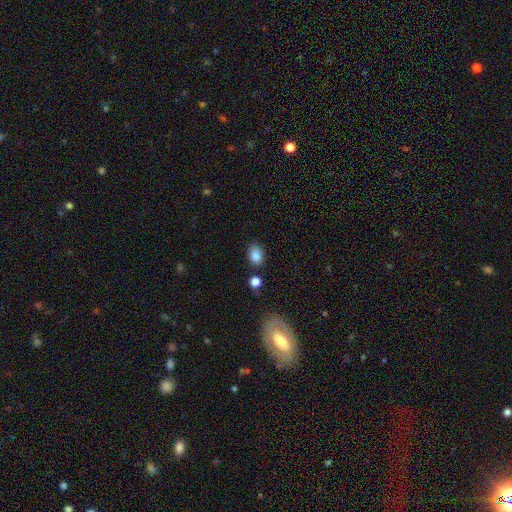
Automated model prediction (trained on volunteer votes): Smooth or featured? smooth (85%)
How rounded? in between (71%)
Merging? none (76%)